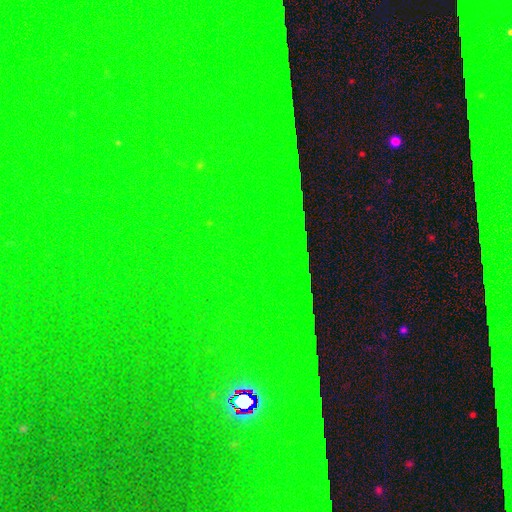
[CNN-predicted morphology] Overall: star or artifact (86%).